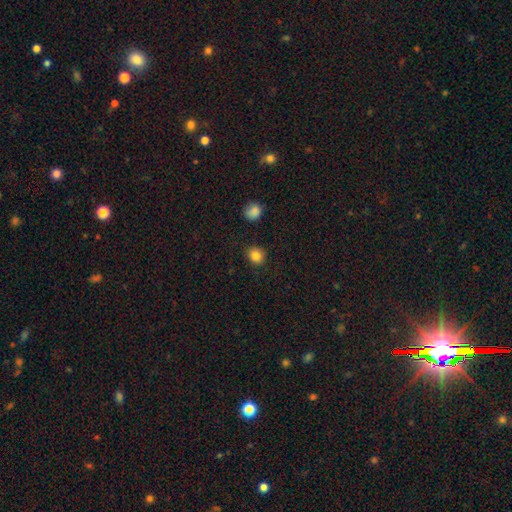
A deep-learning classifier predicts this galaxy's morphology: A smooth galaxy with no disk features (84%) that is round (81%).

Vote fractions:
- Smooth or featured? smooth: 84% / star or artifact: 11% / featured or disk: 5%
- How rounded? round: 81% / in between: 18% / cigar-shaped: 1%
- Merging? none: 89% / minor disturbance: 8% / major disturbance: 2% / merger: 2%